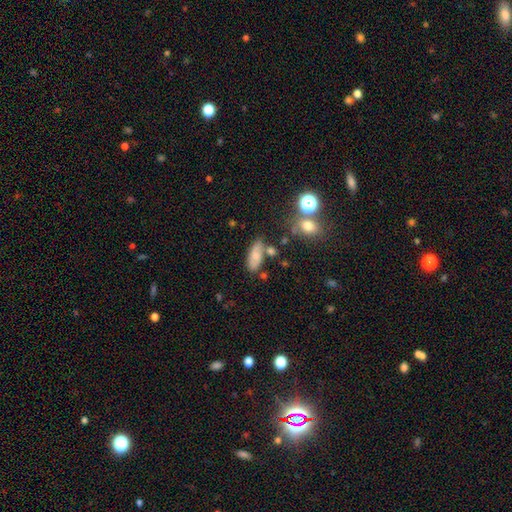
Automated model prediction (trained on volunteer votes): This is likely a smooth galaxy (68%). How rounded: clearly in between (81%). Merging: likely none (62%).